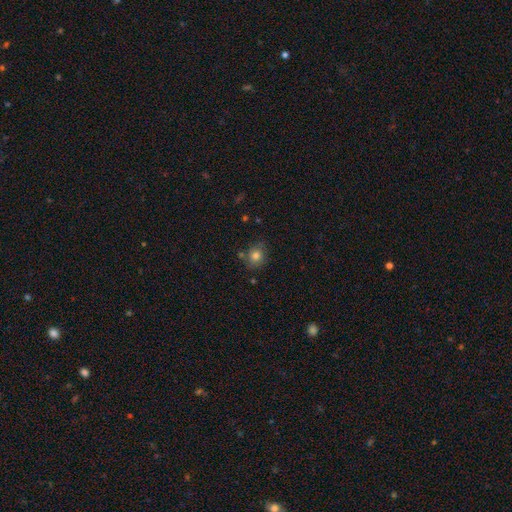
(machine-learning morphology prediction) smooth 79%, star or artifact 12%, featured or disk 9%. Down the decision tree: how rounded — round (78%); merging — none (75%).